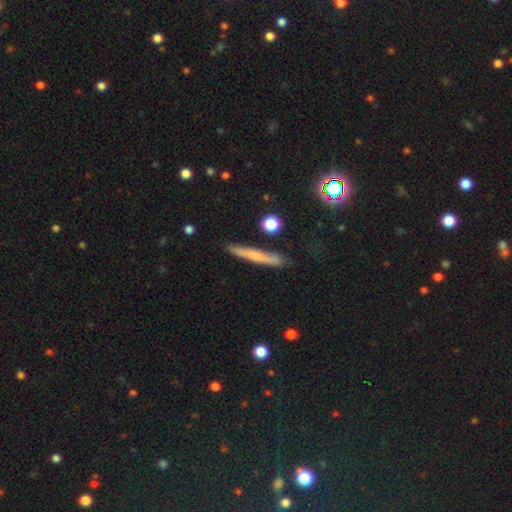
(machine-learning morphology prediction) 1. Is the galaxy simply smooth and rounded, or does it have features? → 58% smooth, 35% featured or disk, 8% star or artifact.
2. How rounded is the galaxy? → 94% cigar-shaped, 3% in between, 2% round.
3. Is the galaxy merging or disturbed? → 83% none, 12% minor disturbance, 2% major disturbance, 2% merger.